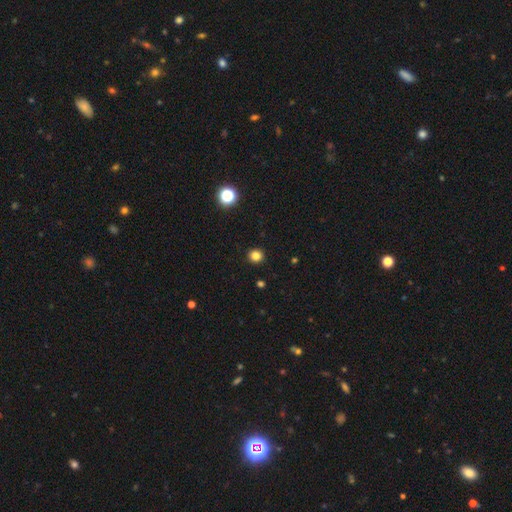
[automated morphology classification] smooth-or-featured: smooth: 82% | star or artifact: 14% | featured or disk: 4%
  how-rounded: round: 91% | in between: 8% | cigar-shaped: 1%
  merging: none: 93% | minor disturbance: 5% | major disturbance: 2% | merger: 1%